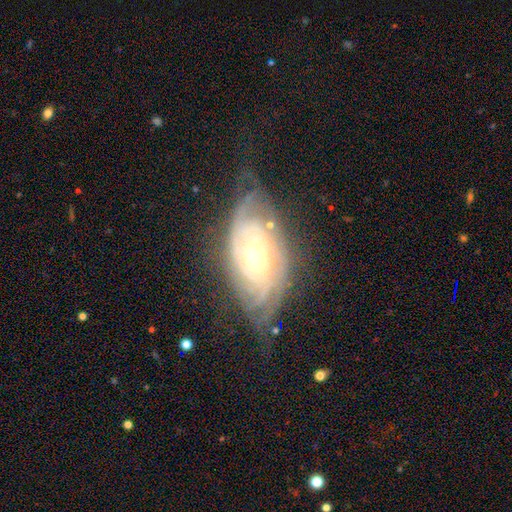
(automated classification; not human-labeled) smooth-or-featured: featured or disk: 84% | smooth: 9% | star or artifact: 7%
  disk-edge-on: no: 93% | yes: 7%
    bar: no: 66% | weak: 26% | strong: 8%
    has-spiral-arms: yes: 96% | no: 4%
      spiral-winding: tight: 76% | medium: 19% | loose: 4%
      spiral-arm-count: can't tell: 40% | 2: 16% | 3: 15% | 4: 15% | more than 4: 8% | 1: 5%
    bulge-size: moderate: 52% | small: 42% | large: 4% | none: 1% | dominant: 1%
  merging: none: 66% | minor disturbance: 23% | major disturbance: 9% | merger: 2%